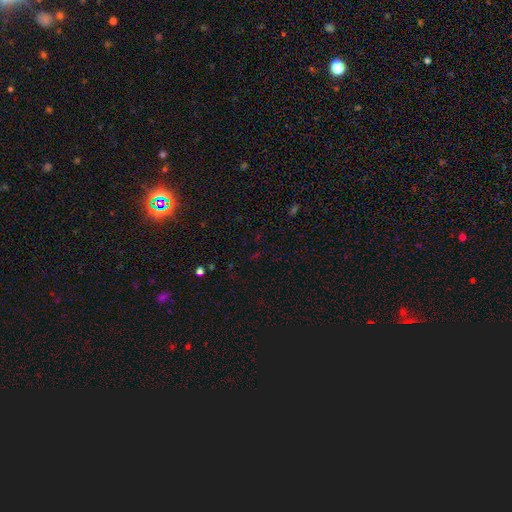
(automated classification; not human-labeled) smooth-or-featured: star or artifact: 66% | smooth: 26% | featured or disk: 8%